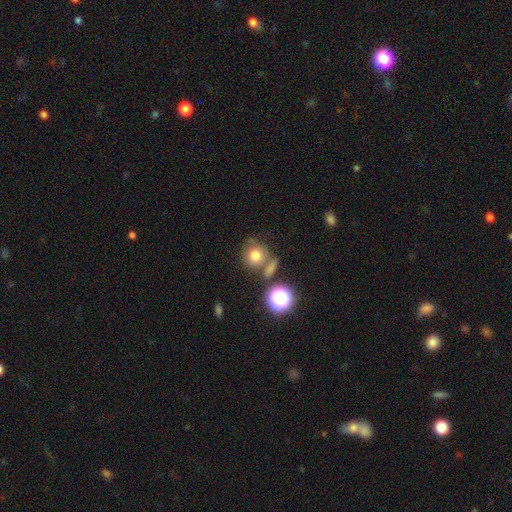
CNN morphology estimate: This is likely a smooth galaxy (73%). How rounded: clearly round (85%). Merging: likely none (60%).